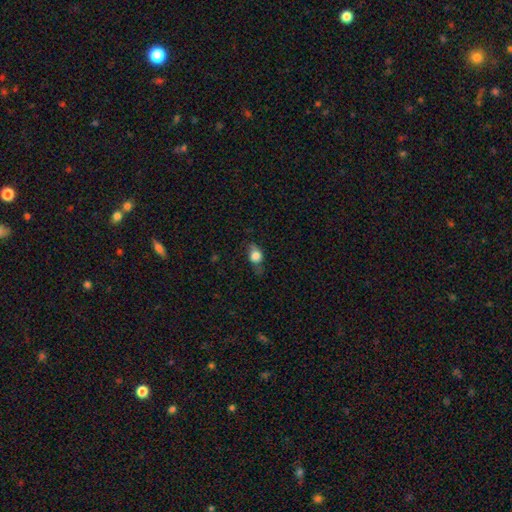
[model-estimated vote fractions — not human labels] Q: Smooth or featured?
A: smooth (76%); runner-up: featured or disk (14%)
Q: How rounded?
A: in between (52%); runner-up: round (45%)
Q: Merging?
A: none (57%); runner-up: minor disturbance (29%)